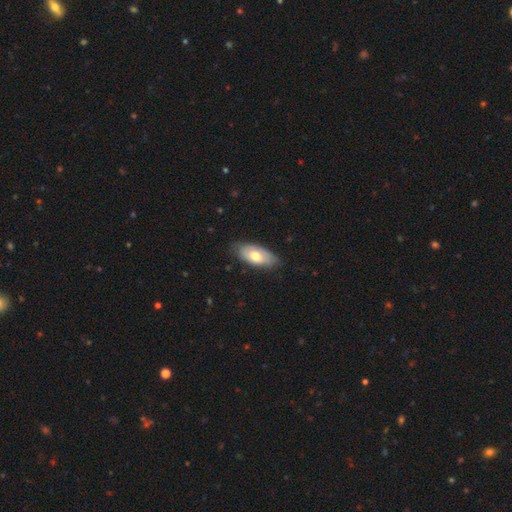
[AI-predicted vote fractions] A smooth galaxy with no disk features (64%) that is in between round and cigar-shaped (90%). Merging: none (75%).